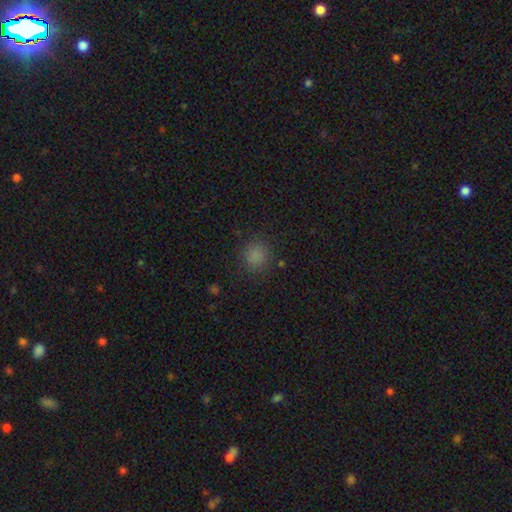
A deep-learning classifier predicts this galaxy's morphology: Smooth or featured: smooth — 81% (star or artifact — 15%)
How rounded: round — 85% (in between — 14%)
Merging: none — 86% (minor disturbance — 10%)